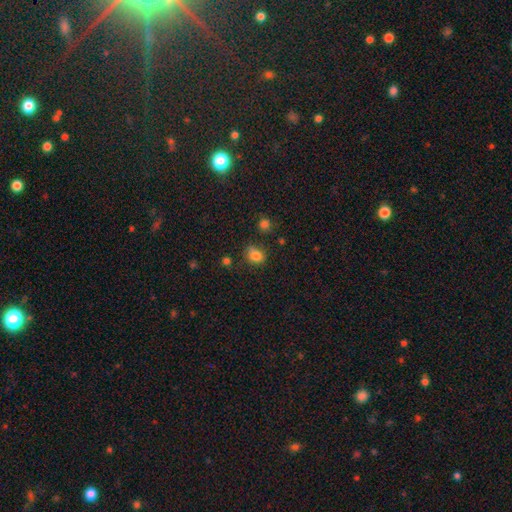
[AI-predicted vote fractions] The model was most divided on "how rounded": round: 60%, in between: 39%, cigar-shaped: 1%. More confident: smooth or featured — smooth (82%); merging — none (69%).